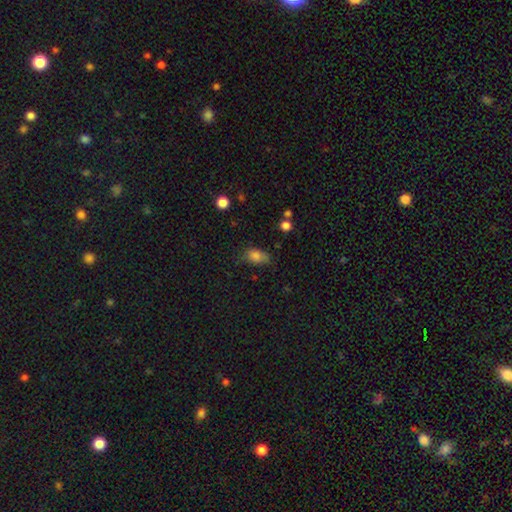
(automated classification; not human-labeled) This is clearly a smooth galaxy (81%). How rounded: clearly in between (82%). Merging: possibly none (53%).